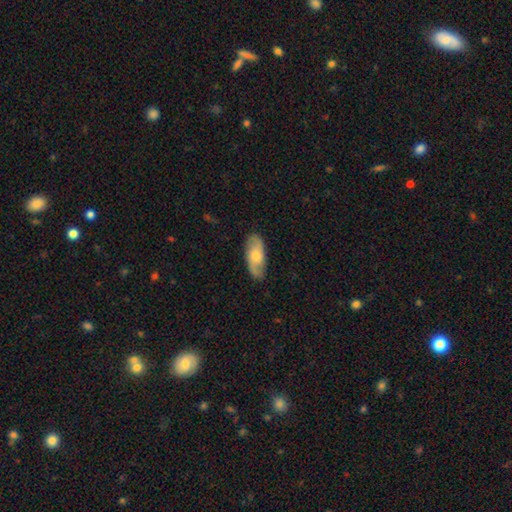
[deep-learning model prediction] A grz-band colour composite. It shows a featured or disk galaxy (47%, tied with smooth). Merging: none (83%).